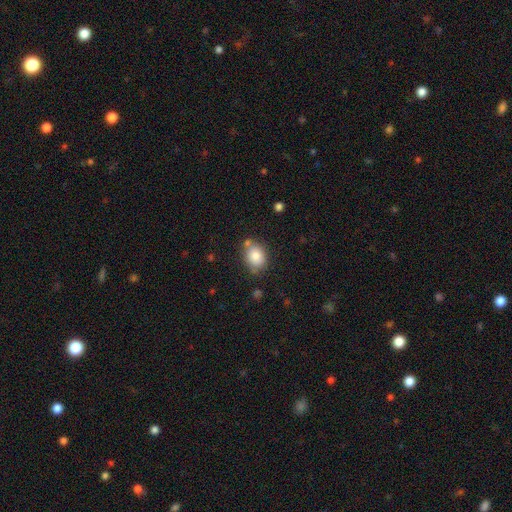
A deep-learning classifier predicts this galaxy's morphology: Smooth or featured? Predicted: smooth (p=0.82). How rounded? Predicted: in between (p=0.56). Merging? Predicted: none (p=0.69).